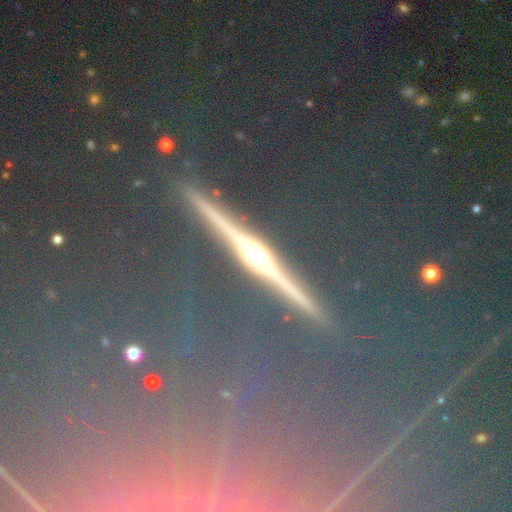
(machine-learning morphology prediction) This appears to be a star or artifact, not a galaxy (43%).